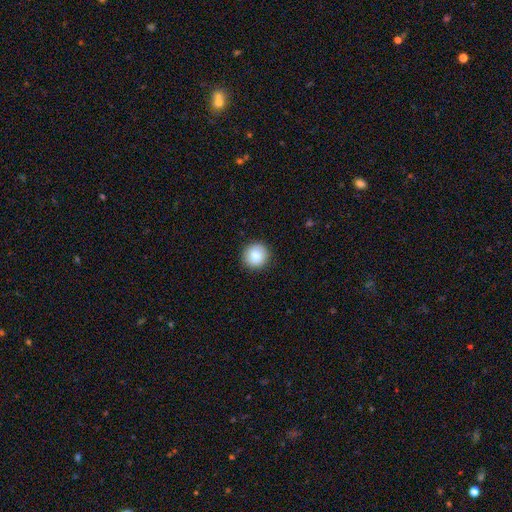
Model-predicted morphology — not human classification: type=smooth (85%); roundness=round (94%); merging=none (92%).